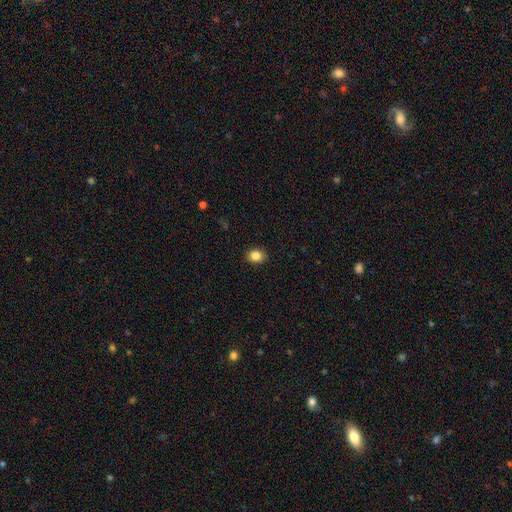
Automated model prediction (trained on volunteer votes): Q: Smooth or featured?
A: smooth (85%); runner-up: star or artifact (10%)
Q: How rounded?
A: round (58%); runner-up: in between (41%)
Q: Merging?
A: none (91%); runner-up: minor disturbance (7%)